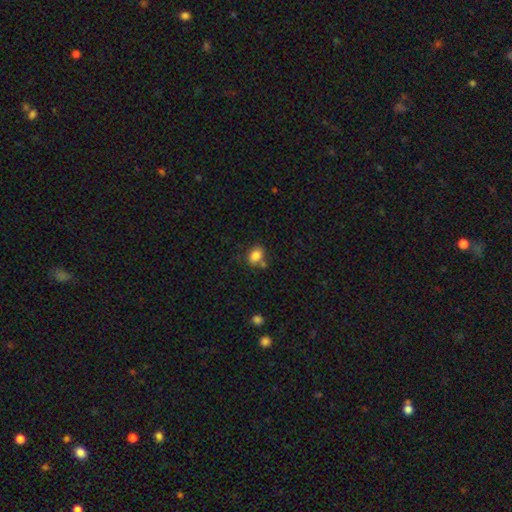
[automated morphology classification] A smooth galaxy with no disk features (84%) that is in between round and cigar-shaped (57%).

Vote fractions:
- Smooth or featured? smooth: 84% / star or artifact: 10% / featured or disk: 6%
- How rounded? in between: 57% / round: 42% / cigar-shaped: 1%
- Merging? none: 66% / merger: 16% / minor disturbance: 14% / major disturbance: 4%